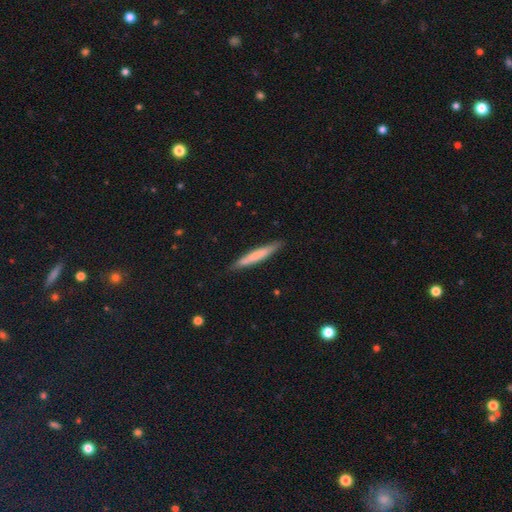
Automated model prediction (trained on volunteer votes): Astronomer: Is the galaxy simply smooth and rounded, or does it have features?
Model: smooth — 67%.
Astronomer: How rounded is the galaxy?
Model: cigar-shaped — 95%.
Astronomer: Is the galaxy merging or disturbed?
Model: none — 88%.